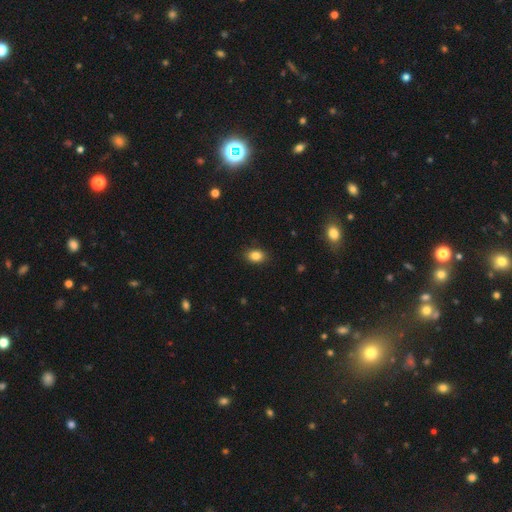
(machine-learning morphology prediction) Overall: smooth (86%). How rounded: in between (77%). Merging: none (88%).